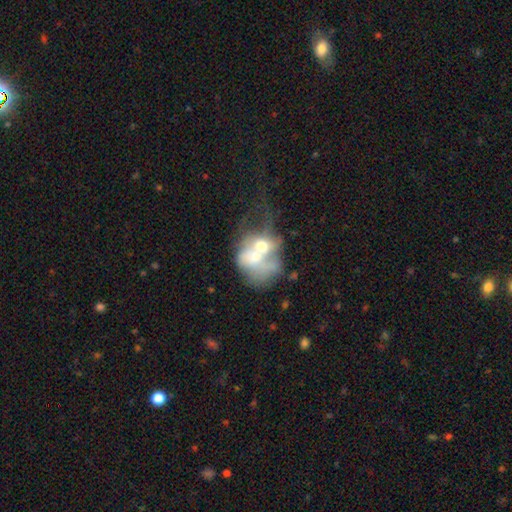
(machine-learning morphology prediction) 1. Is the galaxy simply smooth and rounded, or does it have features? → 48% featured or disk, 41% smooth, 11% star or artifact.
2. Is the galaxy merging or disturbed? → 68% merger, 17% major disturbance, 9% none, 6% minor disturbance.